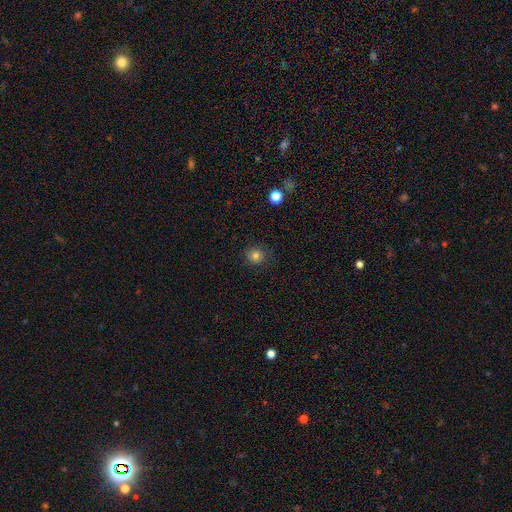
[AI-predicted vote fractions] This is likely a smooth galaxy (80%). How rounded: clearly round (89%). Merging: clearly none (87%).